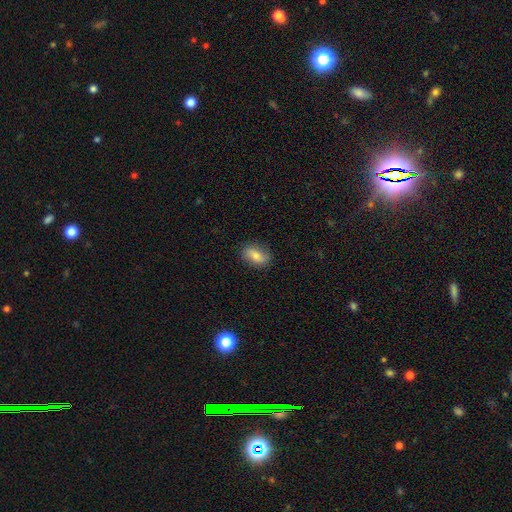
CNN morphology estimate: A smooth galaxy with no disk features (73%) that is in between round and cigar-shaped (84%).

Vote fractions:
- Smooth or featured? smooth: 73% / featured or disk: 19% / star or artifact: 8%
- How rounded? in between: 84% / round: 12% / cigar-shaped: 4%
- Merging? none: 84% / minor disturbance: 12% / major disturbance: 3% / merger: 1%